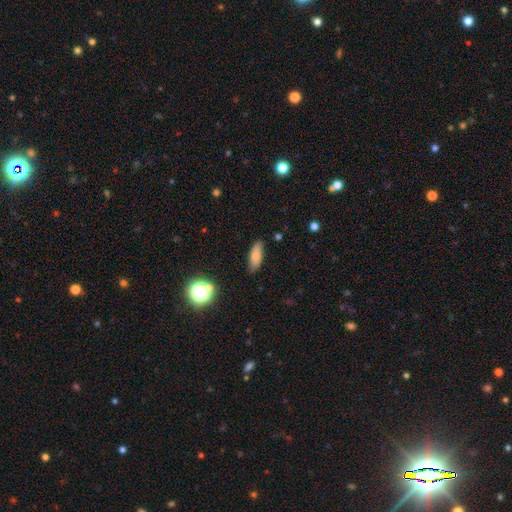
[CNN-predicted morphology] Smooth or featured? Predicted: smooth (p=0.76). How rounded? Predicted: in between (p=0.66). Merging? Predicted: none (p=0.83).